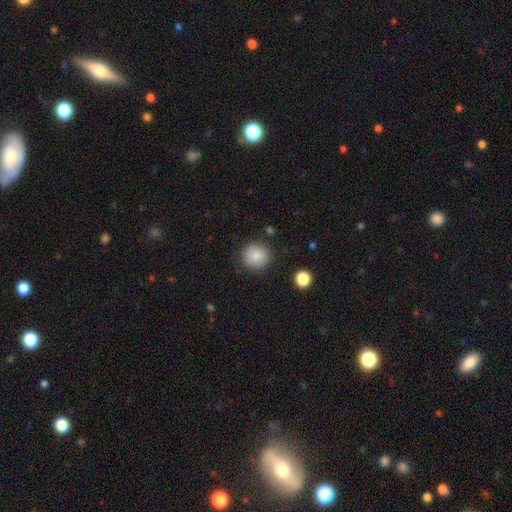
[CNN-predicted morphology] This appears to be a smooth galaxy with no disk features (85%) that is round (92%). Merging: none (88%).